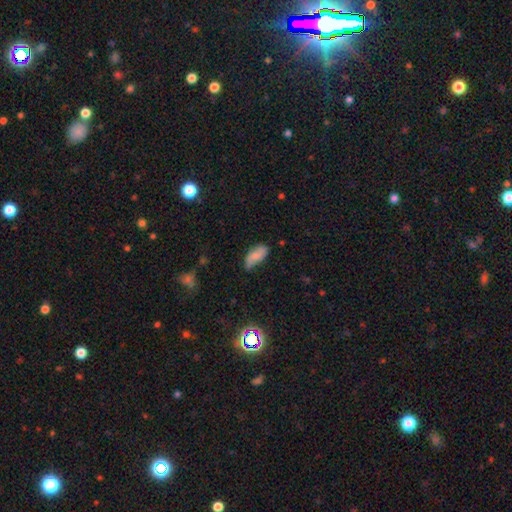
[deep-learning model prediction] Smooth or featured?
  - smooth: 66% *
  - featured or disk: 25%
  - star or artifact: 9%
How rounded?
  - in between: 90% *
  - cigar-shaped: 7%
  - round: 3%
Merging?
  - none: 53% *
  - minor disturbance: 34%
  - major disturbance: 10%
  - merger: 3%